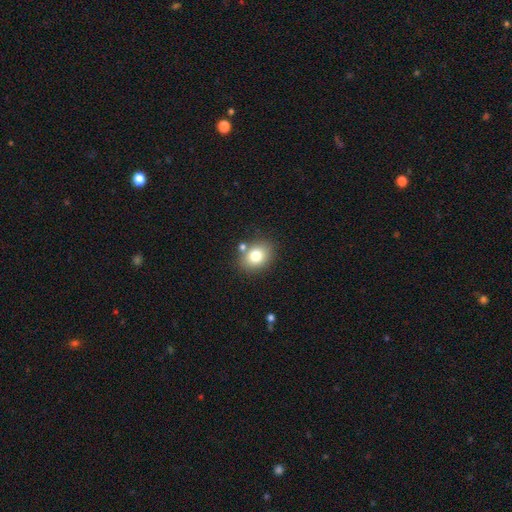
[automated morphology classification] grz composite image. It shows a smooth galaxy with no disk features (79%) that is in between round and cigar-shaped (51%). Merging: none (77%).